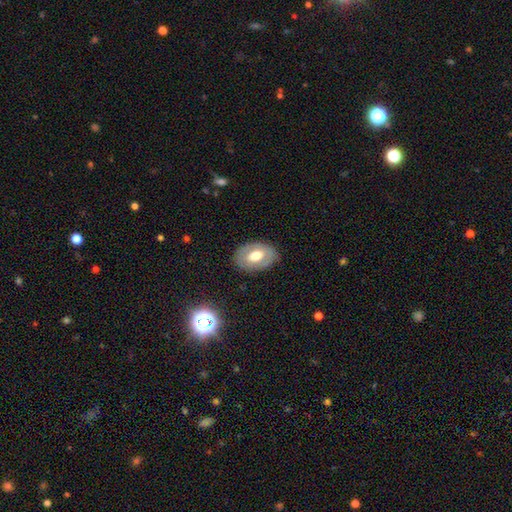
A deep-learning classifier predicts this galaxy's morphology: A smooth galaxy with no disk features (55%) that is in between round and cigar-shaped (83%). Merging: none (82%).